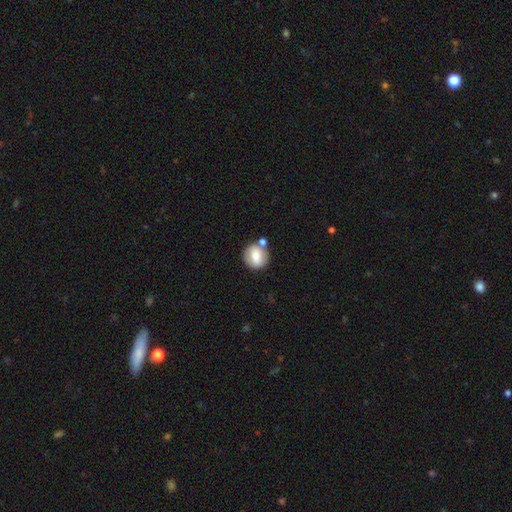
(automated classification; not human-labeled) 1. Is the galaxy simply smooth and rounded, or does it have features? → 72% smooth, 20% featured or disk, 8% star or artifact.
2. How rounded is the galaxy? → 81% round, 18% in between, 1% cigar-shaped.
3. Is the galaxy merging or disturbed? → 62% none, 21% merger, 13% minor disturbance, 4% major disturbance.